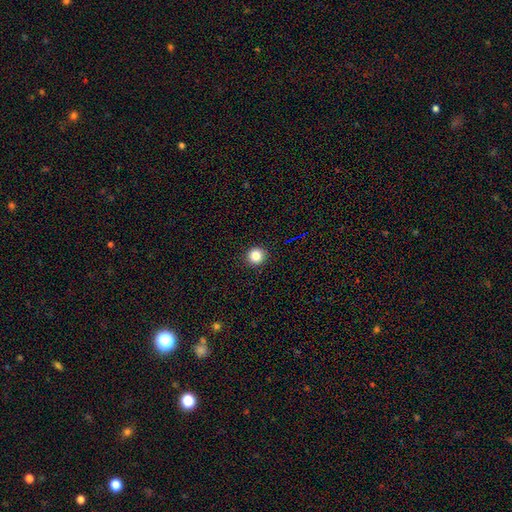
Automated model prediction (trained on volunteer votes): This appears to be a smooth galaxy with no disk features (85%) that is round (94%). Merging: none (92%).